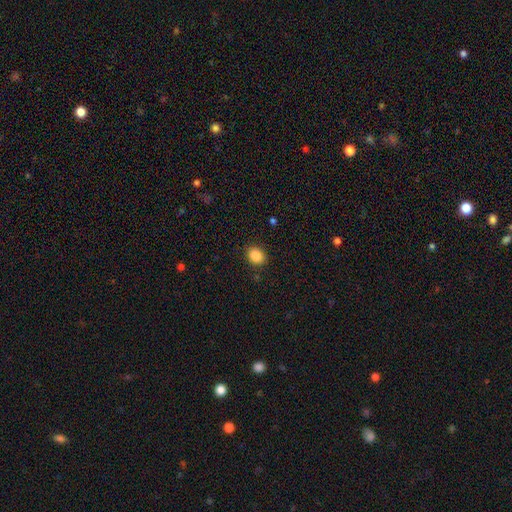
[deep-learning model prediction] Smooth or featured?
  - smooth: 87% *
  - star or artifact: 9%
  - featured or disk: 4%
How rounded?
  - round: 50% *
  - in between: 49%
  - cigar-shaped: 1%
Merging?
  - none: 87% *
  - minor disturbance: 9%
  - major disturbance: 3%
  - merger: 1%